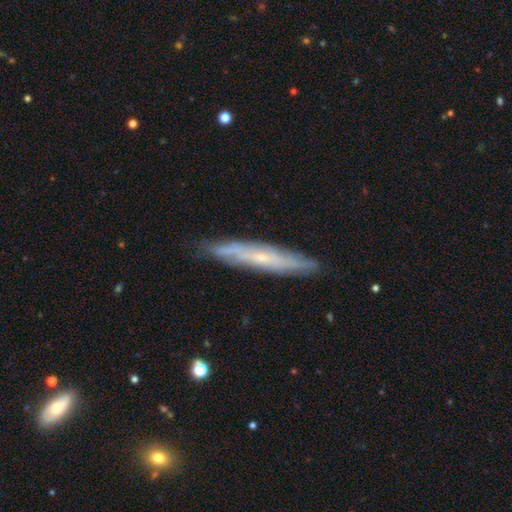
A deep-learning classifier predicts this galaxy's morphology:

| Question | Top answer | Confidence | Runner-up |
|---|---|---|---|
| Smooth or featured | featured or disk | 62% | smooth (30%) |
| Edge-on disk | yes | 77% | no (23%) |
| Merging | none | 86% | minor disturbance (11%) |